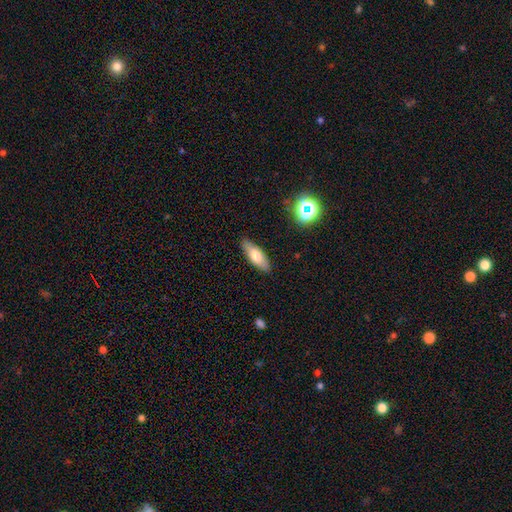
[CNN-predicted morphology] A smooth galaxy with no disk features (70%) that is in between round and cigar-shaped (62%).

Vote fractions:
- Smooth or featured? smooth: 70% / featured or disk: 22% / star or artifact: 8%
- How rounded? in between: 62% / cigar-shaped: 35% / round: 3%
- Merging? none: 87% / minor disturbance: 9% / major disturbance: 2% / merger: 1%